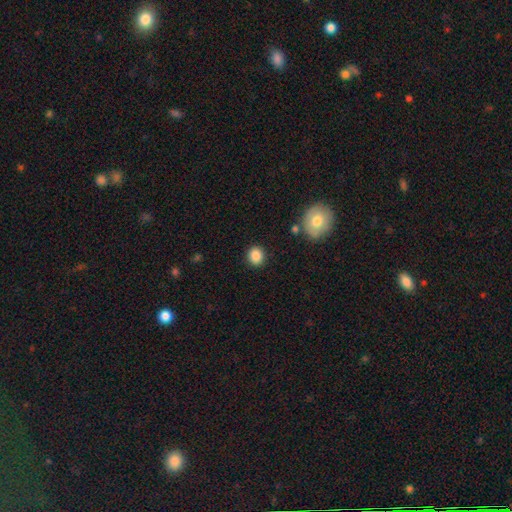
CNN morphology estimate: Smooth or featured?
  - smooth: 86% *
  - star or artifact: 9%
  - featured or disk: 4%
How rounded?
  - round: 78% *
  - in between: 21%
  - cigar-shaped: 1%
Merging?
  - none: 88% *
  - minor disturbance: 7%
  - major disturbance: 2%
  - merger: 2%